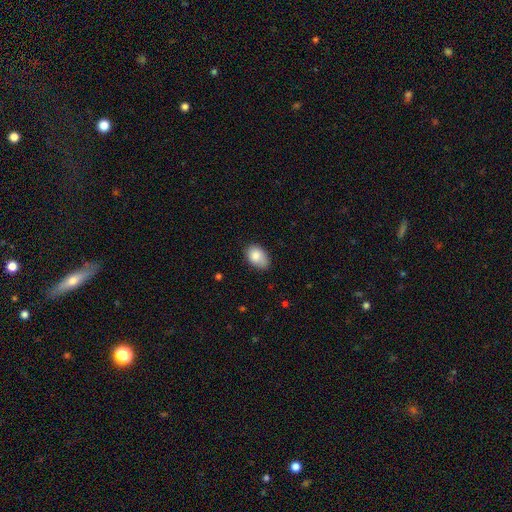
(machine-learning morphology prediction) smooth 85%, featured or disk 7%, star or artifact 7%. Down the decision tree: how rounded — in between (86%); merging — none (66%).